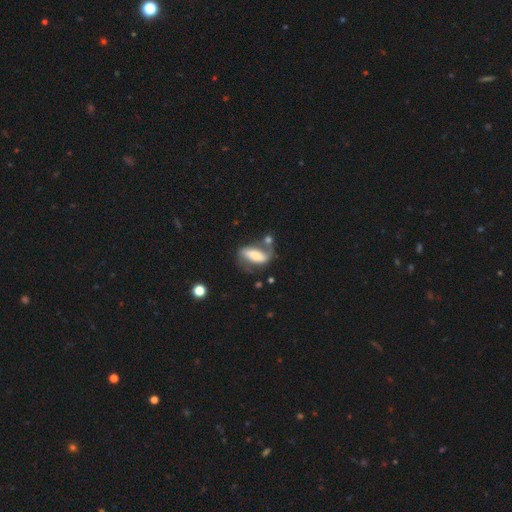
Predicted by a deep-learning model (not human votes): This appears to be a featured or disk galaxy (50%). Merging: none (42%).